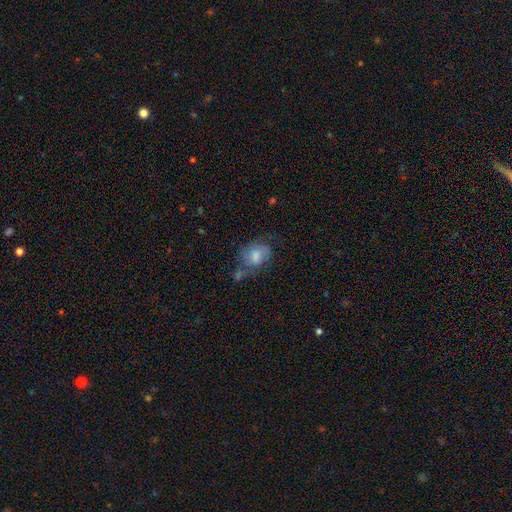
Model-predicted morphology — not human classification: smooth_or_featured: smooth (p=0.67) [alt: featured or disk p=0.24]
how_rounded: in between (p=0.61) [alt: round p=0.38]
merging: none (p=0.38) [alt: minor disturbance p=0.27]